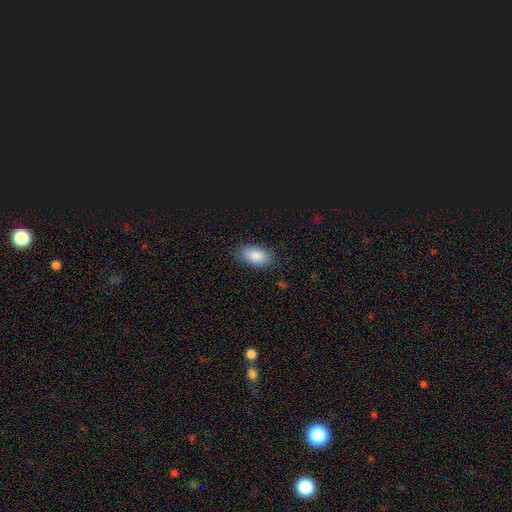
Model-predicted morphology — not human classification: smooth_or_featured: smooth (p=0.86) [alt: star or artifact p=0.08]
how_rounded: in between (p=0.92) [alt: cigar-shaped p=0.04]
merging: none (p=0.83) [alt: minor disturbance p=0.13]